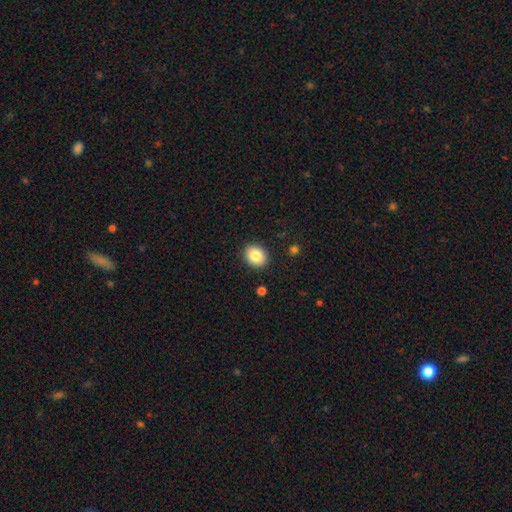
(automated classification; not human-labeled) A smooth galaxy with no disk features (84%) that is round (64%). Merging: none (90%).